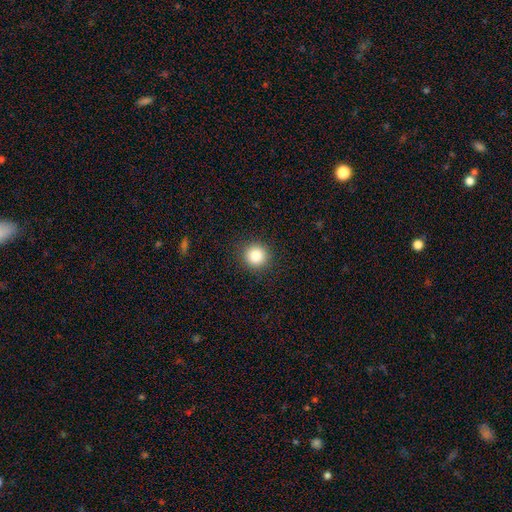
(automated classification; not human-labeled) This is clearly a smooth galaxy (84%). How rounded: clearly round (94%). Merging: clearly none (91%).